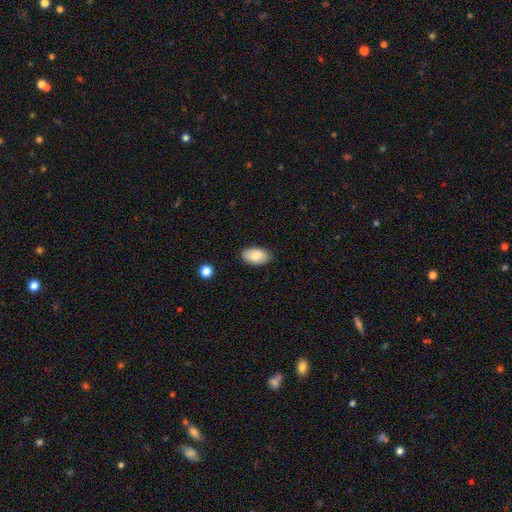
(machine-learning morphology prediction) Smooth or featured?
  - smooth: 84% *
  - featured or disk: 10%
  - star or artifact: 6%
How rounded?
  - in between: 95% *
  - round: 4%
  - cigar-shaped: 2%
Merging?
  - none: 87% *
  - minor disturbance: 10%
  - major disturbance: 2%
  - merger: 1%